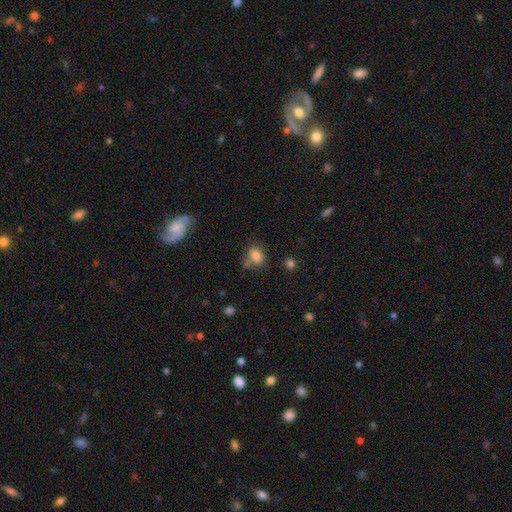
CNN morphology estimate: The model was most divided on "merging": none: 57%, minor disturbance: 19%, merger: 15%, major disturbance: 8%. More confident: smooth or featured — smooth (82%); how rounded — in between (76%).